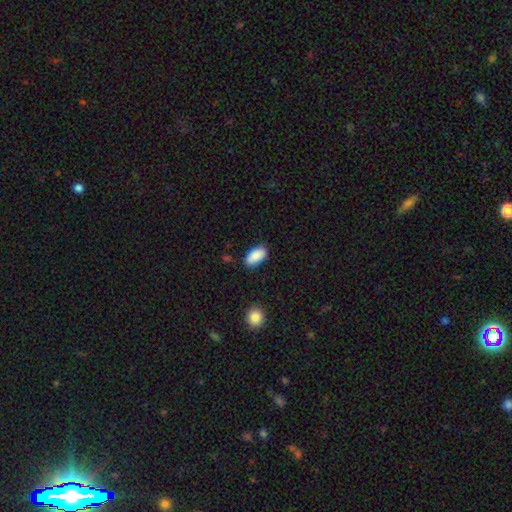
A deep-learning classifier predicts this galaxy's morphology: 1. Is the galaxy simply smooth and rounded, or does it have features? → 89% smooth, 7% star or artifact, 4% featured or disk.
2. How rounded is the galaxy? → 94% in between, 3% cigar-shaped, 3% round.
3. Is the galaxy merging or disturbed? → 82% none, 13% minor disturbance, 3% major disturbance, 2% merger.